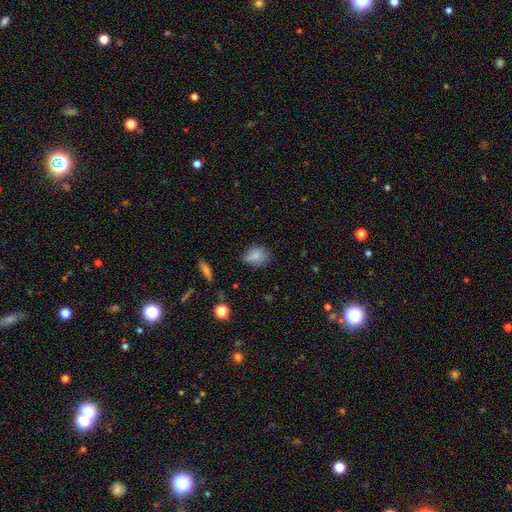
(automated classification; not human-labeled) This is clearly a smooth galaxy (82%). How rounded: likely in between (64%). Merging: likely none (69%).